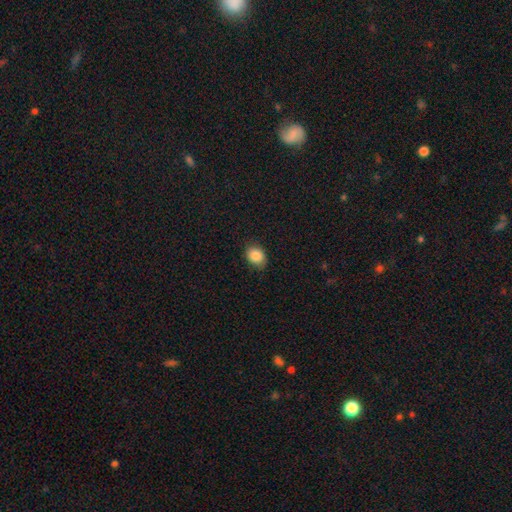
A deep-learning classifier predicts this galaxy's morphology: Q: Smooth or featured?
A: smooth (87%); runner-up: star or artifact (9%)
Q: How rounded?
A: in between (50%); runner-up: round (49%)
Q: Merging?
A: none (80%); runner-up: minor disturbance (16%)